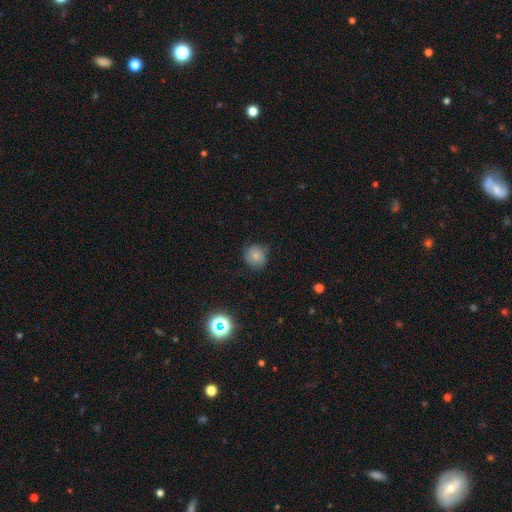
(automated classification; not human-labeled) smooth 67%, featured or disk 20%, star or artifact 13%. Down the decision tree: how rounded — round (89%); merging — none (73%).